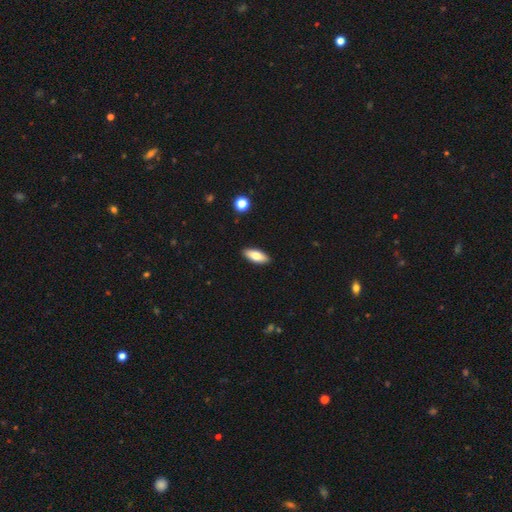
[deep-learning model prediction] Overall: smooth (75%). How rounded: in between (78%). Merging: none (90%).